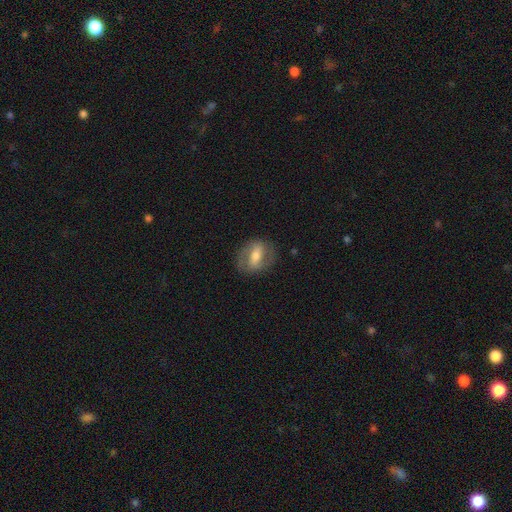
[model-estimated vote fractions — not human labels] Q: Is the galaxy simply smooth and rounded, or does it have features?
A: featured or disk — 57%.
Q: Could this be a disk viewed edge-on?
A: no — 93%.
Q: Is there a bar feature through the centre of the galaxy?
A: strong — 47%.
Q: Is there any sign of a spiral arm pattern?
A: yes — 65%.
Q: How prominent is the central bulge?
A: moderate — 61%.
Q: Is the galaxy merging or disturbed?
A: none — 80%.